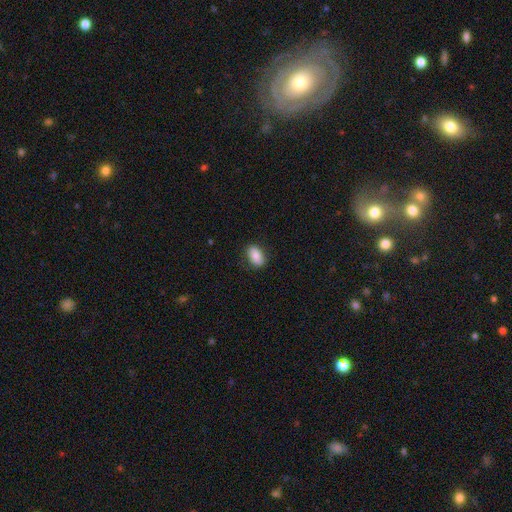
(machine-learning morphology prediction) type=smooth (83%); roundness=in between (89%); merging=none (84%).